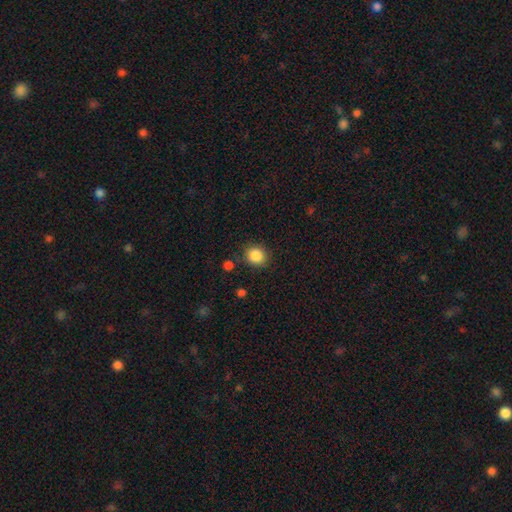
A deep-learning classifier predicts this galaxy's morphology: Smooth or featured? smooth (87%)
How rounded? round (80%)
Merging? none (84%)